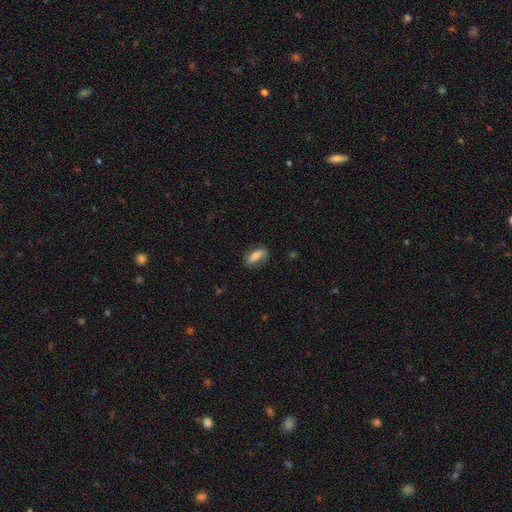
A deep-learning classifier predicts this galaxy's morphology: The model was most divided on "smooth or featured": smooth: 70%, featured or disk: 23%, star or artifact: 7%. More confident: merging — none (79%); how rounded — in between (75%).